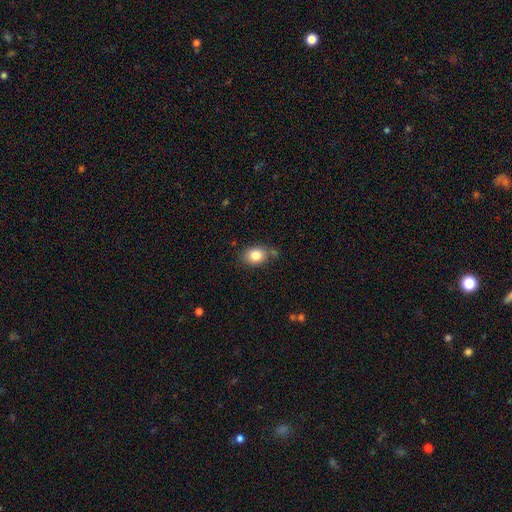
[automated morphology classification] Q: Smooth or featured?
A: smooth (83%); runner-up: star or artifact (9%)
Q: How rounded?
A: in between (64%); runner-up: round (35%)
Q: Merging?
A: none (72%); runner-up: minor disturbance (18%)